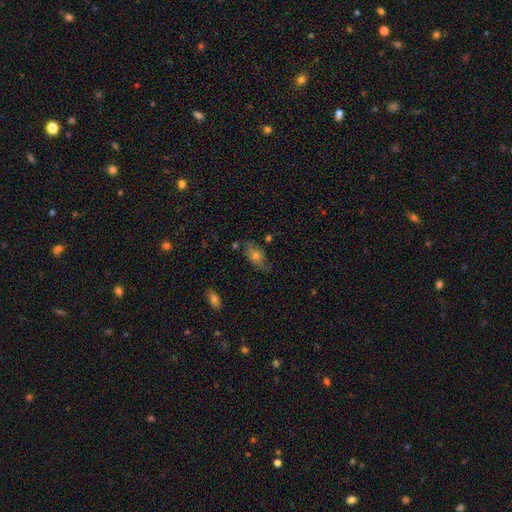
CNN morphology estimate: Smooth or featured: smooth — 65% (featured or disk — 24%)
How rounded: in between — 84% (round — 11%)
Merging: none — 70% (minor disturbance — 21%)